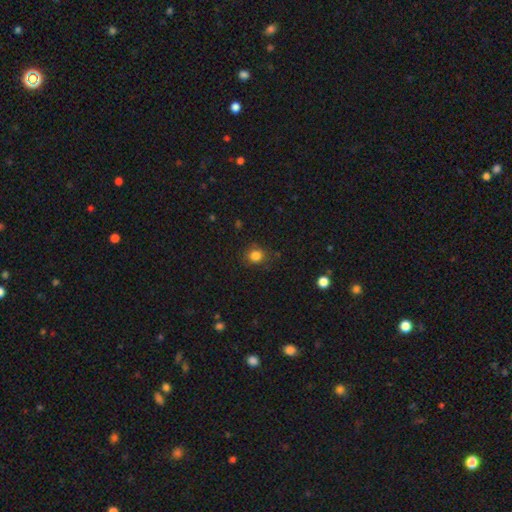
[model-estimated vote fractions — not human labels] A smooth galaxy with no disk features (84%) that is round (79%).

Vote fractions:
- Smooth or featured? smooth: 84% / star or artifact: 12% / featured or disk: 4%
- How rounded? round: 79% / in between: 20% / cigar-shaped: 1%
- Merging? none: 82% / minor disturbance: 13% / major disturbance: 4% / merger: 1%